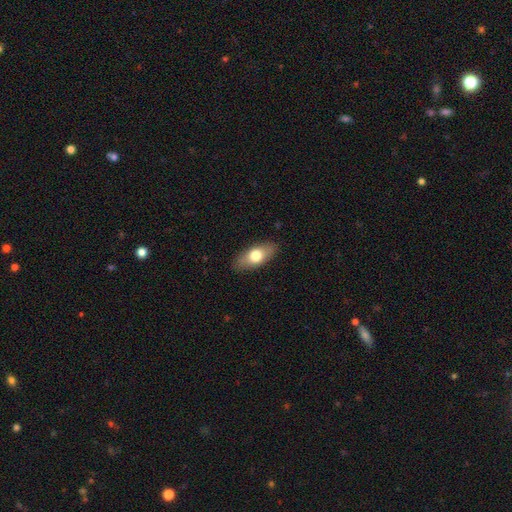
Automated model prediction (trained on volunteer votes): The model was most divided on "smooth or featured": smooth: 70%, featured or disk: 23%, star or artifact: 6%. More confident: merging — none (87%); how rounded — in between (85%).